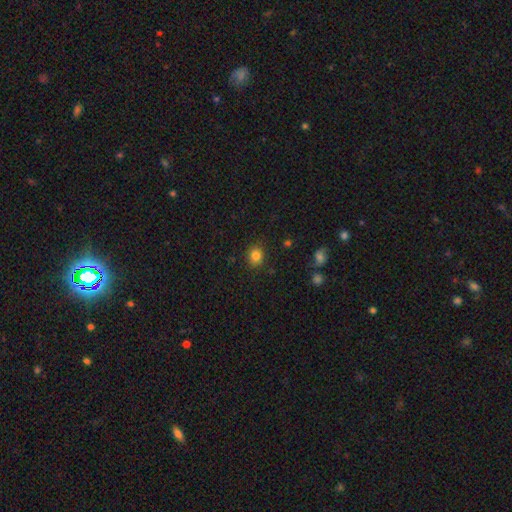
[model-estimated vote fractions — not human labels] smooth_or_featured: smooth (p=0.83) [alt: star or artifact p=0.12]
how_rounded: round (p=0.73) [alt: in between p=0.26]
merging: none (p=0.86) [alt: minor disturbance p=0.10]